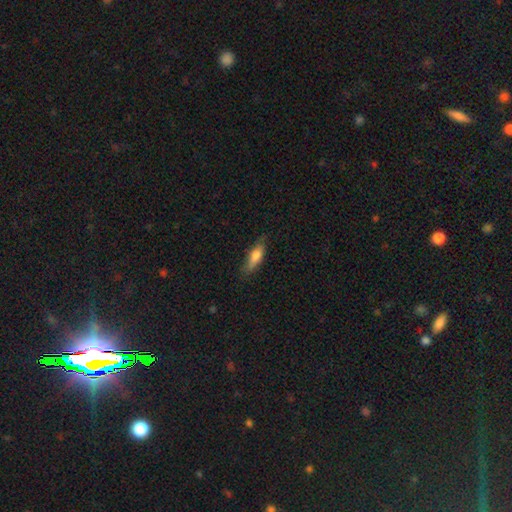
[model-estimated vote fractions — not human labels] Smooth or featured: smooth — 71% (featured or disk — 22%)
How rounded: cigar-shaped — 52% (in between — 45%)
Merging: none — 72% (minor disturbance — 22%)